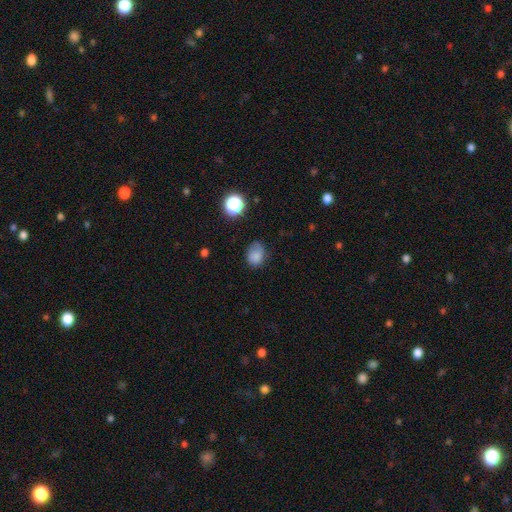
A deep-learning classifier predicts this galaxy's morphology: smooth_or_featured: smooth (p=0.79) [alt: star or artifact p=0.12]
how_rounded: in between (p=0.59) [alt: round p=0.41]
merging: none (p=0.55) [alt: minor disturbance p=0.32]